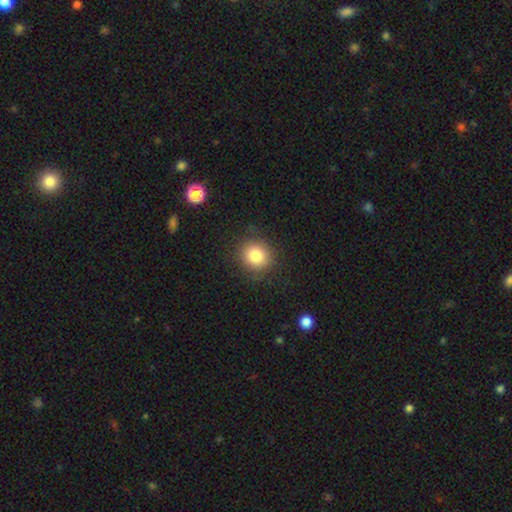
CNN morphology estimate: A smooth galaxy with no disk features (82%) that is round (85%).

Vote fractions:
- Smooth or featured? smooth: 82% / star or artifact: 11% / featured or disk: 7%
- How rounded? round: 85% / in between: 14% / cigar-shaped: 1%
- Merging? none: 86% / minor disturbance: 9% / major disturbance: 3% / merger: 1%